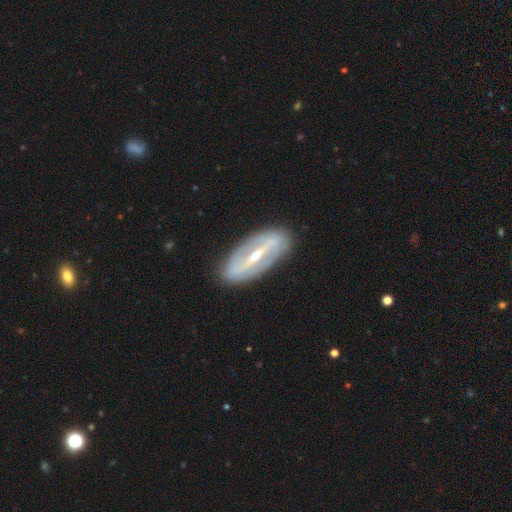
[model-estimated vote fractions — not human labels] A featured or disk galaxy (82%) with a strong bar (76%), spiral arms (58%) and a moderate central bulge (50%).

Vote fractions:
- Smooth or featured? featured or disk: 82% / smooth: 13% / star or artifact: 5%
- Edge-on disk? no: 81% / yes: 19%
- Bar? strong: 76% / weak: 17% / no: 7%
- Spiral arms? yes: 58% / no: 42%
- Bulge size? moderate: 50% / small: 46% / large: 2% / none: 1% / dominant: 1%
- Merging? none: 85% / minor disturbance: 10% / major disturbance: 3% / merger: 1%